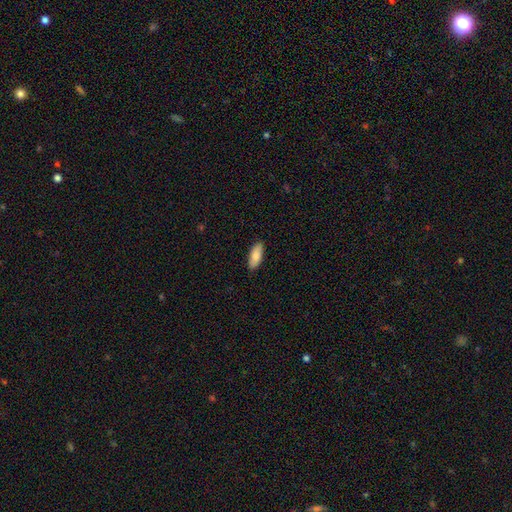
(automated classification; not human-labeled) The model was most divided on "how rounded": in between: 73%, cigar-shaped: 25%, round: 2%. More confident: merging — none (88%); smooth or featured — smooth (82%).